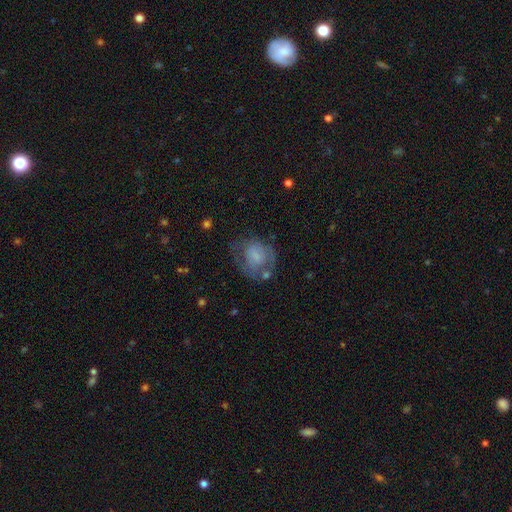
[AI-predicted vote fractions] Smooth or featured?
  - smooth: 52% *
  - featured or disk: 38%
  - star or artifact: 10%
How rounded?
  - round: 62% *
  - in between: 37%
  - cigar-shaped: 1%
Merging?
  - none: 43% *
  - major disturbance: 26%
  - minor disturbance: 25%
  - merger: 6%